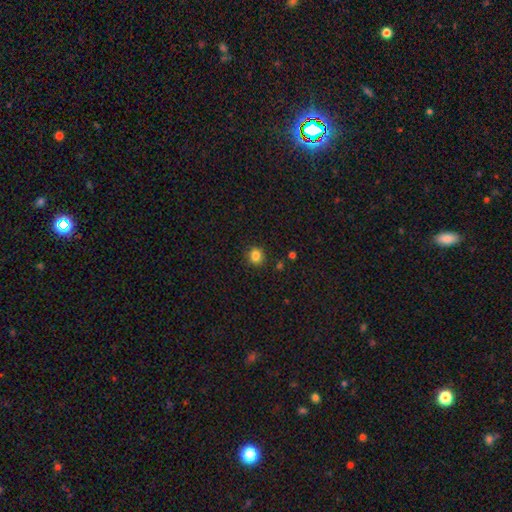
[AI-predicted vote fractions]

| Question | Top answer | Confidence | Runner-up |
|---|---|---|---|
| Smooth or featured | smooth | 84% | star or artifact (12%) |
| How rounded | round | 83% | in between (16%) |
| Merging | none | 89% | minor disturbance (7%) |